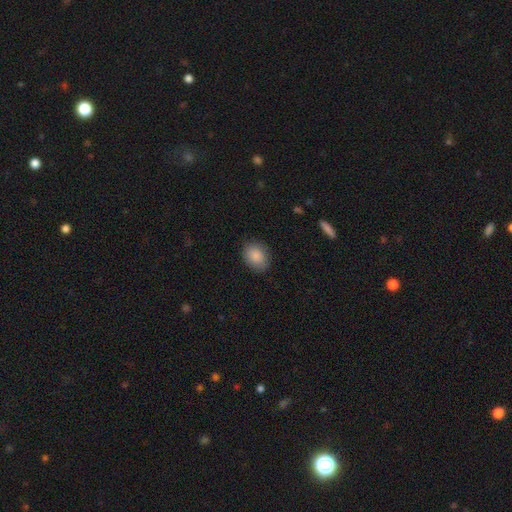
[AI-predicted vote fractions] Overall: smooth (88%). How rounded: in between (61%; round 38%). Merging: none (85%).